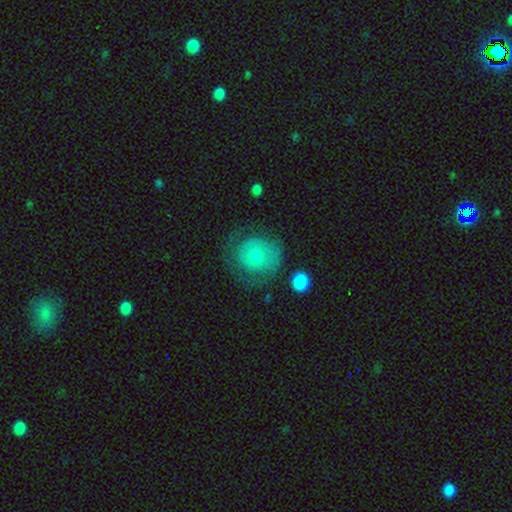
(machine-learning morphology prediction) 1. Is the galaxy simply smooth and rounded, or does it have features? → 50% smooth, 42% featured or disk, 8% star or artifact.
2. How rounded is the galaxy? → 82% round, 17% in between, 1% cigar-shaped.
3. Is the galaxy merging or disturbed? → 56% none, 24% minor disturbance, 18% major disturbance, 2% merger.